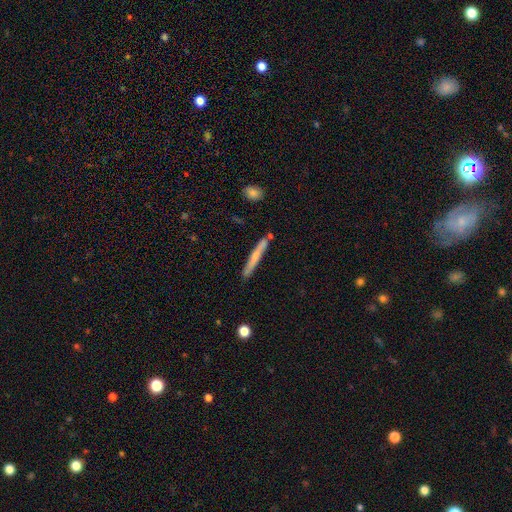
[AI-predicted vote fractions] smooth 56%, featured or disk 38%, star or artifact 6%. Down the decision tree: how rounded — cigar-shaped (96%); merging — none (84%).